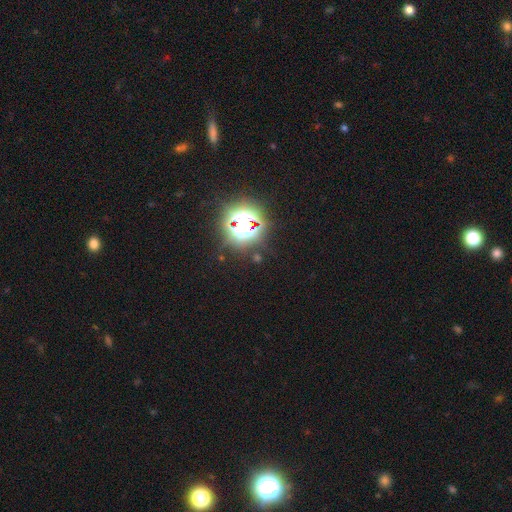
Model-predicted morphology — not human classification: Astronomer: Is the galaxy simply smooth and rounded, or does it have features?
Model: star or artifact — 74%.